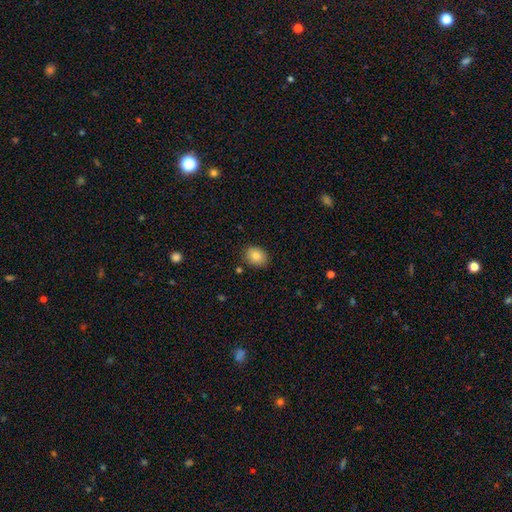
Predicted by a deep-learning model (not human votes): Overall: smooth (83%). How rounded: in between (58%; round 41%). Merging: none (85%).